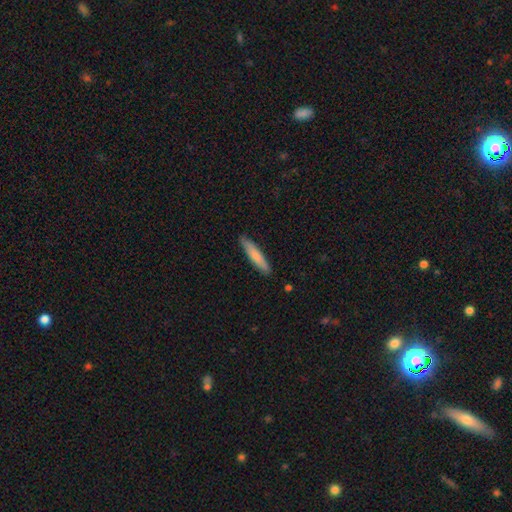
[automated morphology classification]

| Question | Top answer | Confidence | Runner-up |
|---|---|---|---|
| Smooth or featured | smooth | 77% | featured or disk (18%) |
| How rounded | cigar-shaped | 90% | in between (9%) |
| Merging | none | 88% | minor disturbance (9%) |